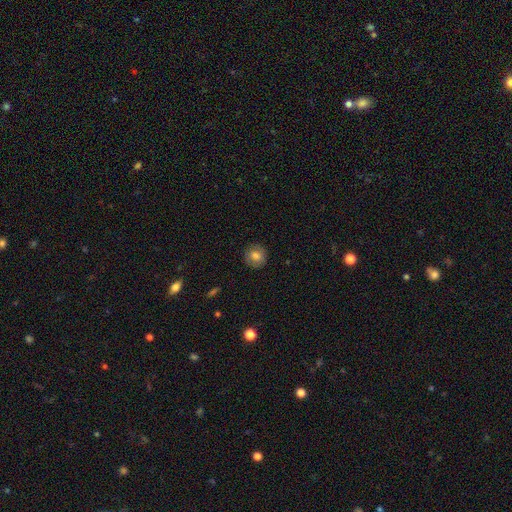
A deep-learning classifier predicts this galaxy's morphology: type=smooth (72%); roundness=round (86%); merging=none (85%).